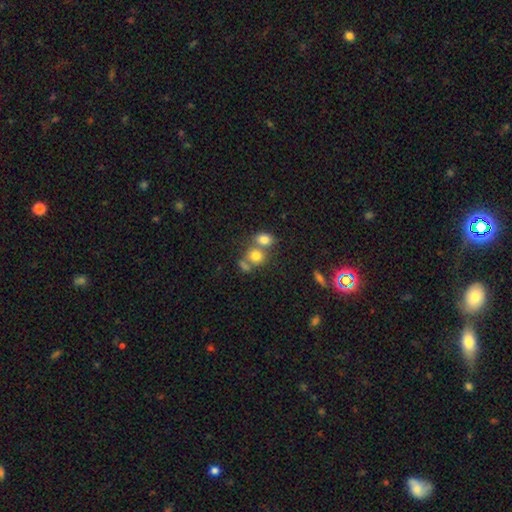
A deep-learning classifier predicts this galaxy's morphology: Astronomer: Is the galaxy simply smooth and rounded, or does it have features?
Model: smooth — 76%.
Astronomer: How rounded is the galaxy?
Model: round — 69%.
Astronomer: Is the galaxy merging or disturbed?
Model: merger — 47% (runner-up: none, 40%).